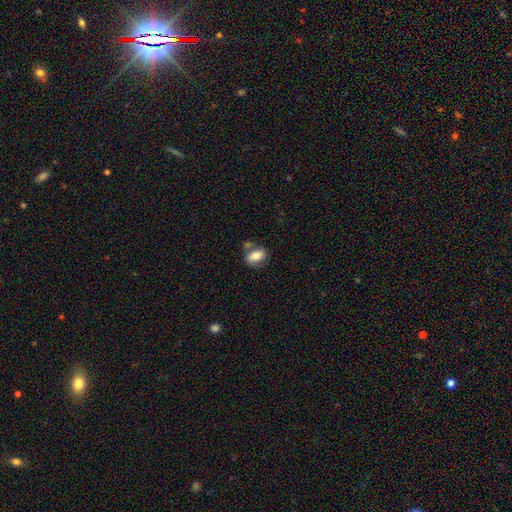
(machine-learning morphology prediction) smooth 76%, featured or disk 17%, star or artifact 8%. Down the decision tree: how rounded — in between (85%); merging — none (59%).